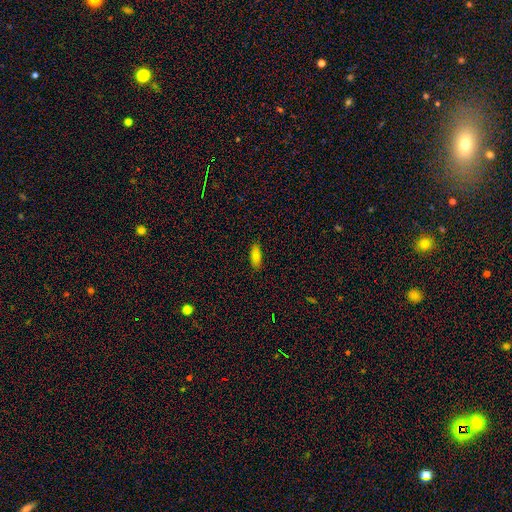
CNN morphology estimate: A smooth galaxy with no disk features (85%) that is in between round and cigar-shaped (76%). Merging: none (86%).